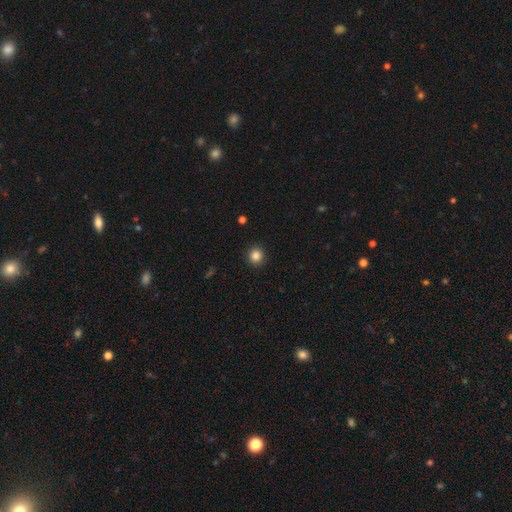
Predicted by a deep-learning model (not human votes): Smooth or featured: smooth — 85% (star or artifact — 11%)
How rounded: round — 94% (in between — 5%)
Merging: none — 92% (minor disturbance — 5%)